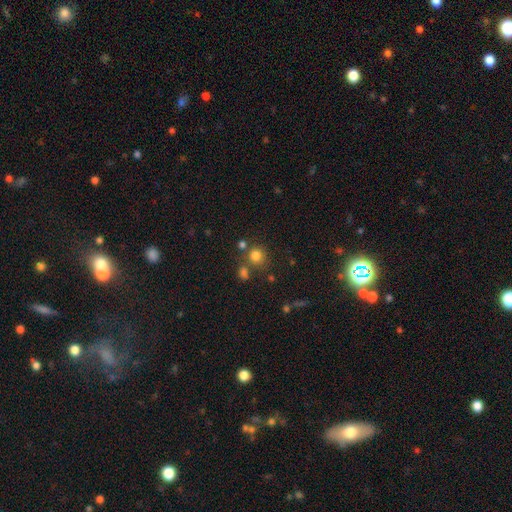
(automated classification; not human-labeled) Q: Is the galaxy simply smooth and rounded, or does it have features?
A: smooth — 78%.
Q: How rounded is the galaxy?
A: round — 88%.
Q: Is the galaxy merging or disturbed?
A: none — 69%.